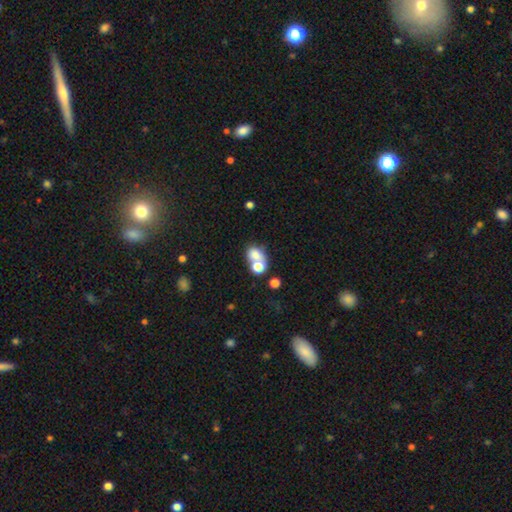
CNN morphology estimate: Overall: smooth (73%). How rounded: in between (57%; round 42%). Merging: merger (56%; none 28%).